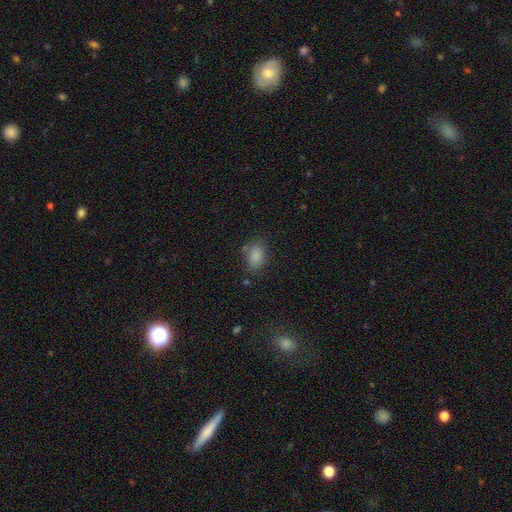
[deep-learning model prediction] Overall: smooth (85%). How rounded: in between (82%). Merging: none (76%).